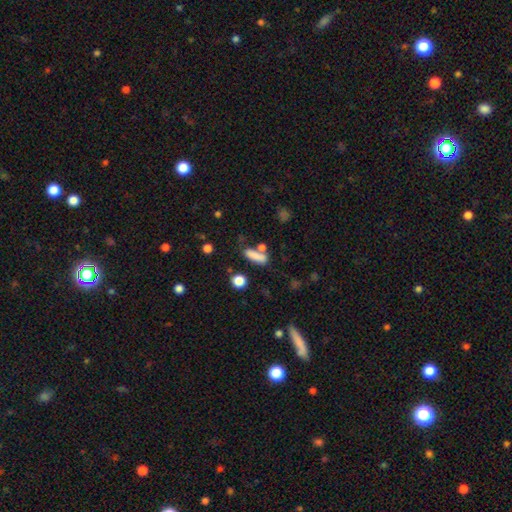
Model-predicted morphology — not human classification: A smooth galaxy with no disk features (78%) that is cigar-shaped (50%). Merging: none (56%).